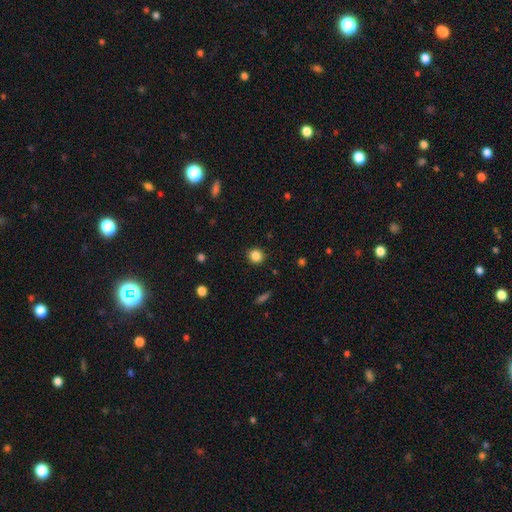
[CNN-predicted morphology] A smooth galaxy with no disk features (85%) that is round (89%).

Vote fractions:
- Smooth or featured? smooth: 85% / star or artifact: 11% / featured or disk: 4%
- How rounded? round: 89% / in between: 10% / cigar-shaped: 1%
- Merging? none: 90% / minor disturbance: 6% / major disturbance: 2% / merger: 1%